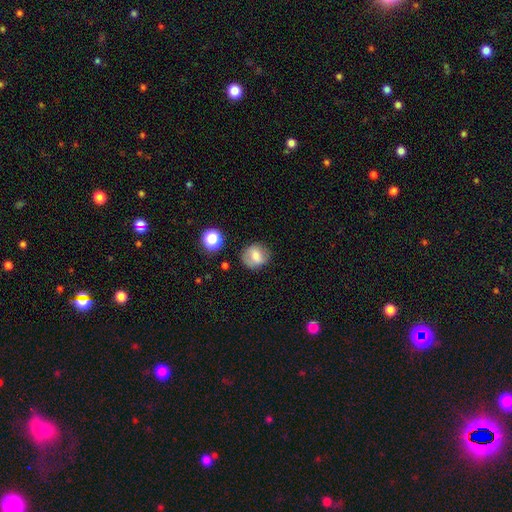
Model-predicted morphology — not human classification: smooth-or-featured: smooth: 69% | featured or disk: 21% | star or artifact: 11%
  how-rounded: round: 73% | in between: 26% | cigar-shaped: 1%
  merging: none: 76% | minor disturbance: 16% | major disturbance: 5% | merger: 3%